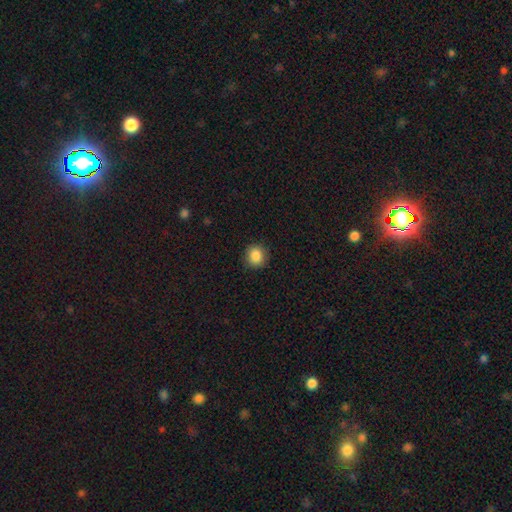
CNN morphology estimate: Smooth or featured?
  - smooth: 87% *
  - star or artifact: 9%
  - featured or disk: 4%
How rounded?
  - round: 87% *
  - in between: 12%
  - cigar-shaped: 1%
Merging?
  - none: 89% *
  - minor disturbance: 8%
  - major disturbance: 2%
  - merger: 1%